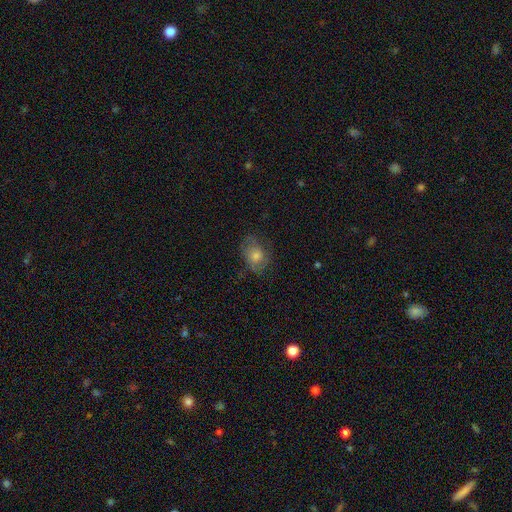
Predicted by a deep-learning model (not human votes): A smooth galaxy with no disk features (56%) that is in between round and cigar-shaped (60%). Merging: none (66%).